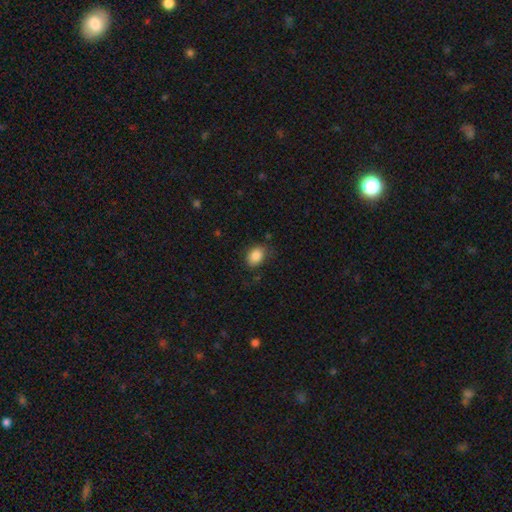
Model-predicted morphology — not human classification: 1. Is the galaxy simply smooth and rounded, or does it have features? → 87% smooth, 8% star or artifact, 5% featured or disk.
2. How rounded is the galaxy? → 74% in between, 25% round, 1% cigar-shaped.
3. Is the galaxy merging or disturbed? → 77% none, 17% minor disturbance, 4% major disturbance, 1% merger.